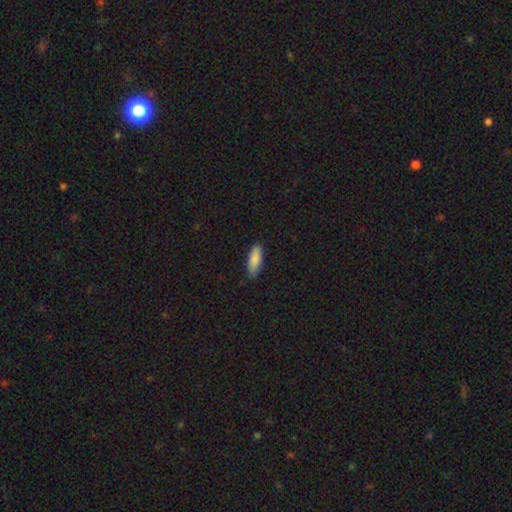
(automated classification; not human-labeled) Smooth or featured?
  - smooth: 88% *
  - featured or disk: 6%
  - star or artifact: 6%
How rounded?
  - in between: 61% *
  - cigar-shaped: 37%
  - round: 2%
Merging?
  - none: 85% *
  - minor disturbance: 12%
  - major disturbance: 2%
  - merger: 1%